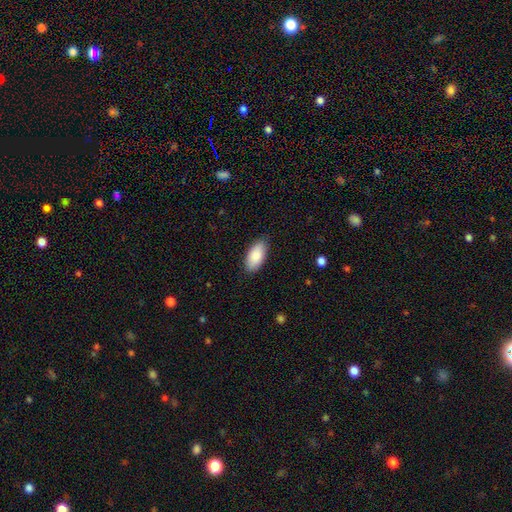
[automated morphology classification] The model was most divided on "merging": none: 85%, minor disturbance: 12%, major disturbance: 2%, merger: 1%. More confident: how rounded — in between (93%); smooth or featured — smooth (89%).